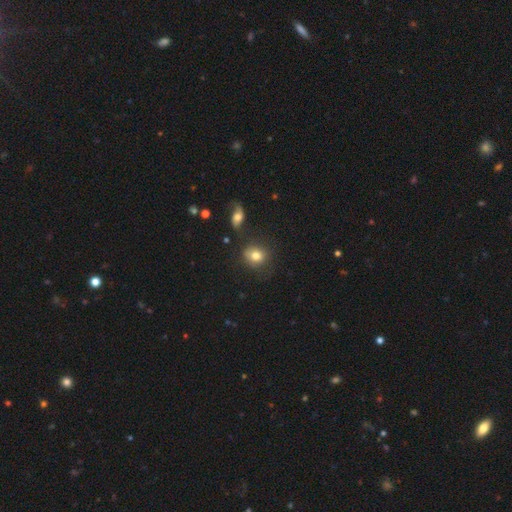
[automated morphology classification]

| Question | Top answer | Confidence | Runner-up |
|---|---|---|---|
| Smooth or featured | smooth | 79% | featured or disk (11%) |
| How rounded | round | 73% | in between (26%) |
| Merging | none | 74% | minor disturbance (14%) |